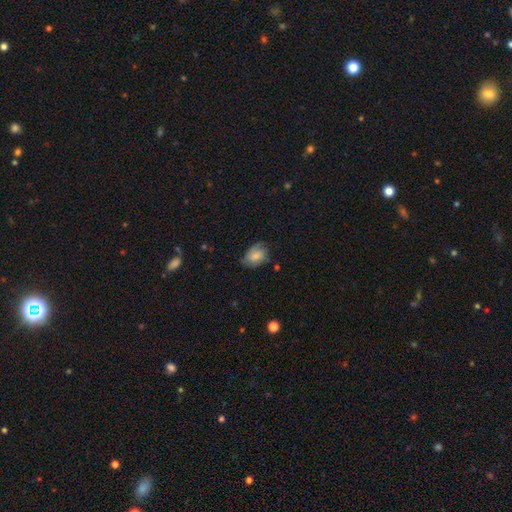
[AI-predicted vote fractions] This appears to be a smooth galaxy with no disk features (77%) that is in between round and cigar-shaped (79%). Merging: none (56%).